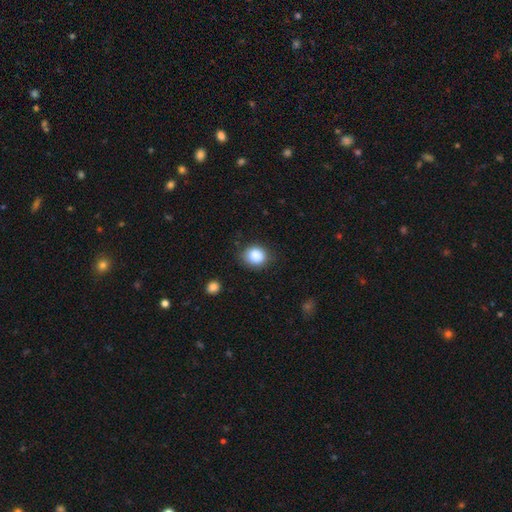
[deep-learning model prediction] Overall: smooth (86%). How rounded: round (76%). Merging: none (78%).